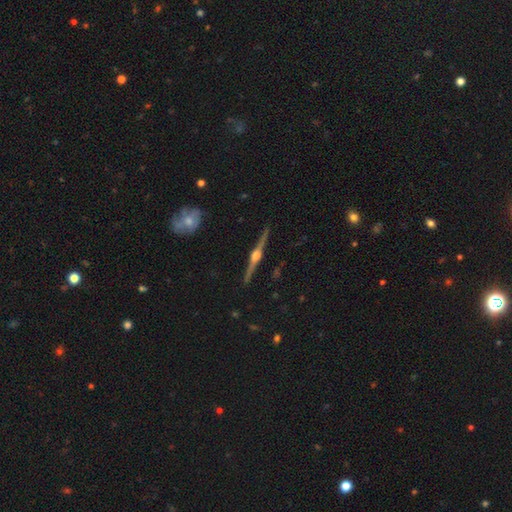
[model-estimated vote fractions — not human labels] Smooth or featured? Predicted: featured or disk (p=0.89). Edge-on disk? Predicted: yes (p=0.99). Edge-on bulge? Predicted: rounded (p=0.94). Merging? Predicted: none (p=0.91).